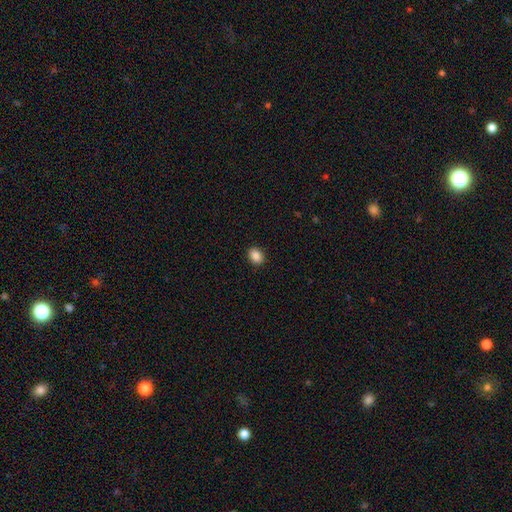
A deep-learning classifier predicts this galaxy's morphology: type=smooth (88%); roundness=in between (63%); merging=none (91%).